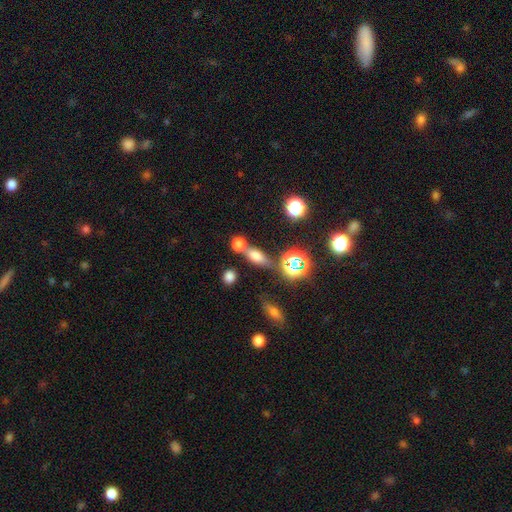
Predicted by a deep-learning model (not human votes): Smooth or featured? Predicted: smooth (p=0.60). How rounded? Predicted: in between (p=0.58). Merging? Predicted: none (p=0.55).